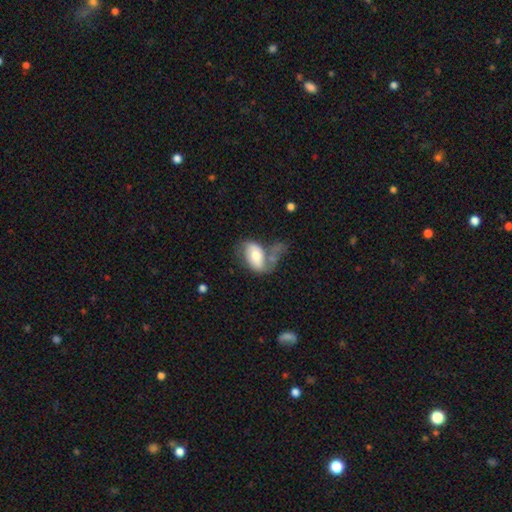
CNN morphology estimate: type=smooth (52%); roundness=in between (88%); merging=major disturbance (30%).